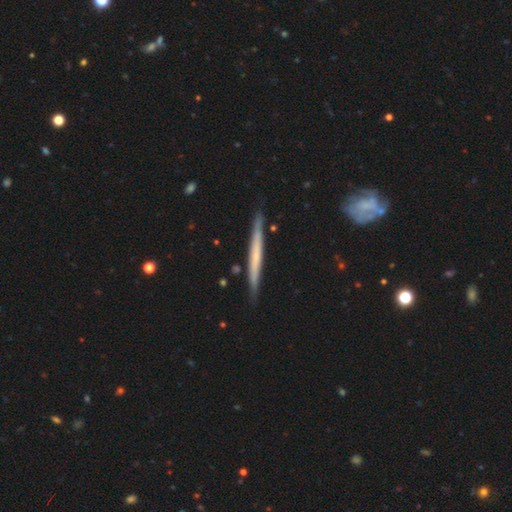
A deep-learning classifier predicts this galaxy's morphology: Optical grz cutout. It shows a featured or disk galaxy (56%) viewed edge-on (96%) with no central bulge (82%). Merging: none (86%).